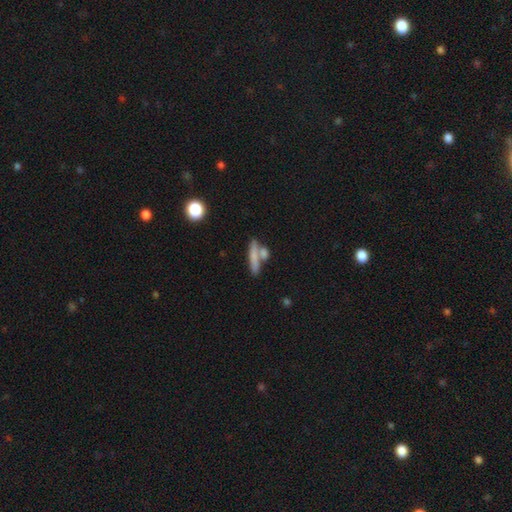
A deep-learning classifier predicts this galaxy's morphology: Overall: smooth (68%). How rounded: cigar-shaped (74%). Merging: none (51%; merger 34%).